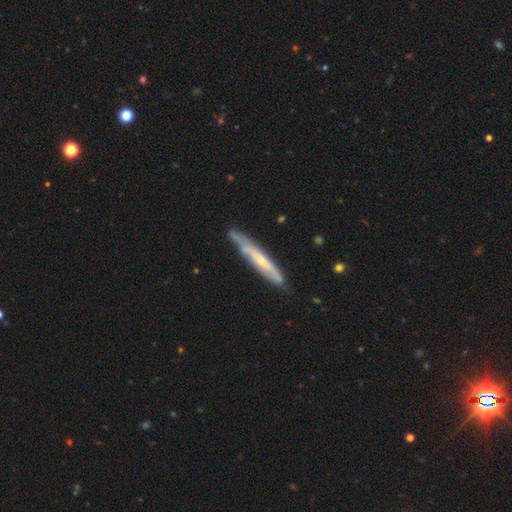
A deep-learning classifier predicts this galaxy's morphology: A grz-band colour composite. It shows a featured or disk galaxy (61%) viewed edge-on (81%). Merging: none (79%).